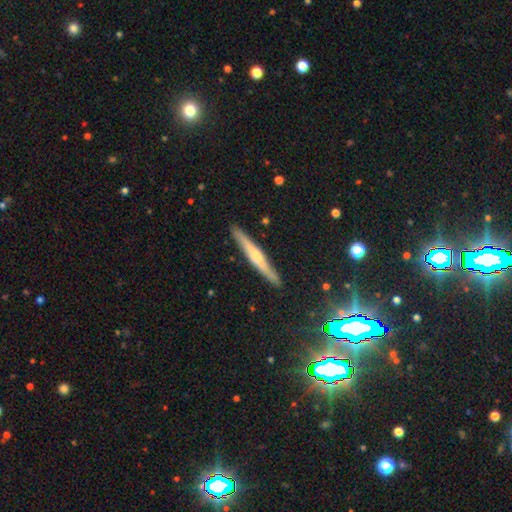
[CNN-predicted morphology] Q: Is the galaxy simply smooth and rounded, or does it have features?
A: featured or disk — 63%.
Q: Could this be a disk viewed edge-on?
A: yes — 97%.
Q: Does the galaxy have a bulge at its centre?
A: rounded — 76%.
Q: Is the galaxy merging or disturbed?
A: none — 90%.